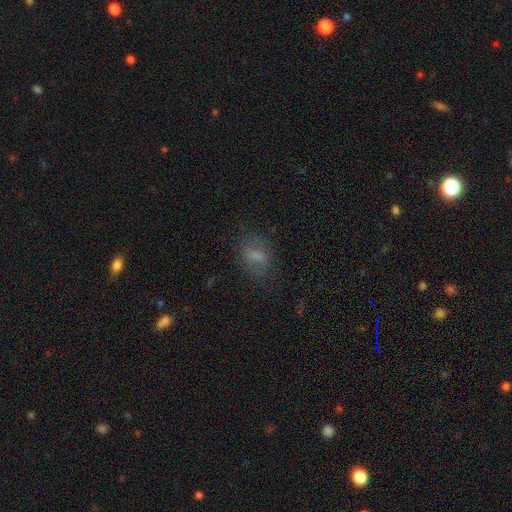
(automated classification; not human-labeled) smooth-or-featured: smooth: 63% | featured or disk: 24% | star or artifact: 13%
  how-rounded: in between: 75% | round: 18% | cigar-shaped: 7%
  merging: none: 67% | minor disturbance: 19% | major disturbance: 12% | merger: 2%